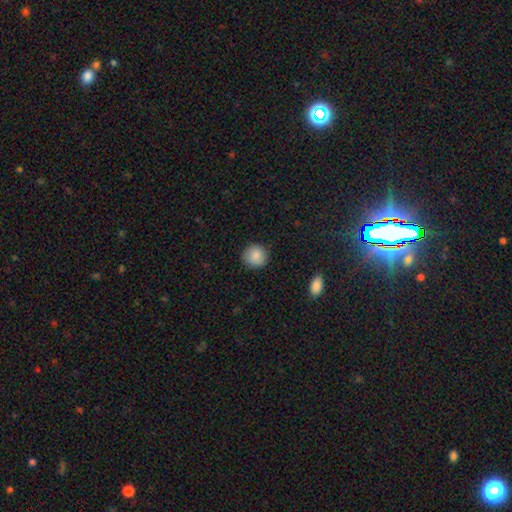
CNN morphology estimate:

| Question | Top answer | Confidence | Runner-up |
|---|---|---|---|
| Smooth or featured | smooth | 87% | star or artifact (8%) |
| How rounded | round | 91% | in between (8%) |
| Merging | none | 88% | minor disturbance (8%) |